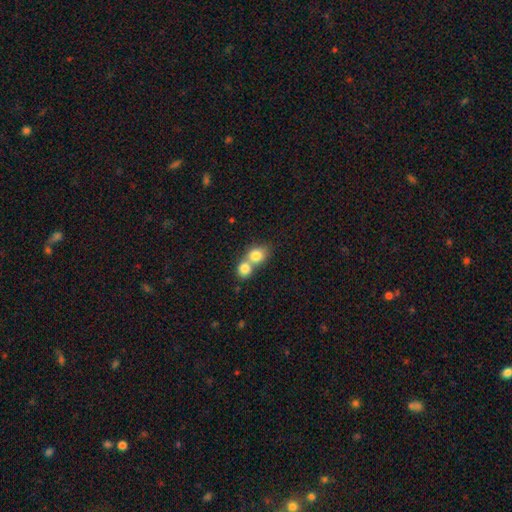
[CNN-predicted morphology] This is likely a smooth galaxy (80%). How rounded: likely round (71%). Merging: likely merger (66%).